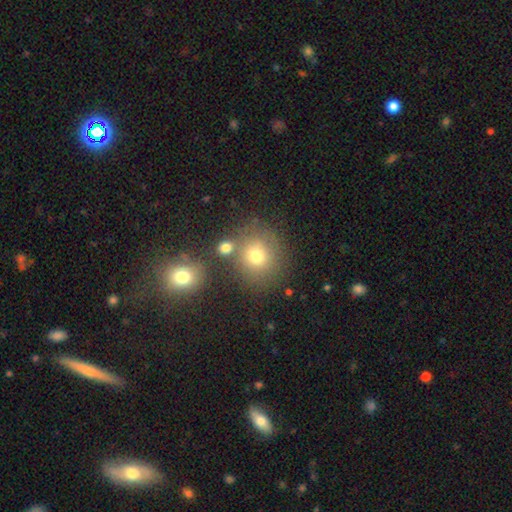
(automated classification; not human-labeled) Smooth or featured?
  - smooth: 74% *
  - star or artifact: 15%
  - featured or disk: 11%
How rounded?
  - round: 84% *
  - in between: 15%
  - cigar-shaped: 1%
Merging?
  - none: 68% *
  - merger: 17%
  - minor disturbance: 11%
  - major disturbance: 5%